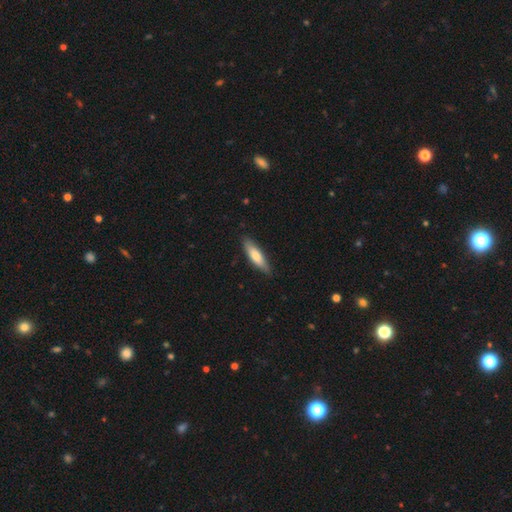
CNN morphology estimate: Smooth or featured? Predicted: smooth (p=0.72). How rounded? Predicted: cigar-shaped (p=0.64). Merging? Predicted: none (p=0.85).